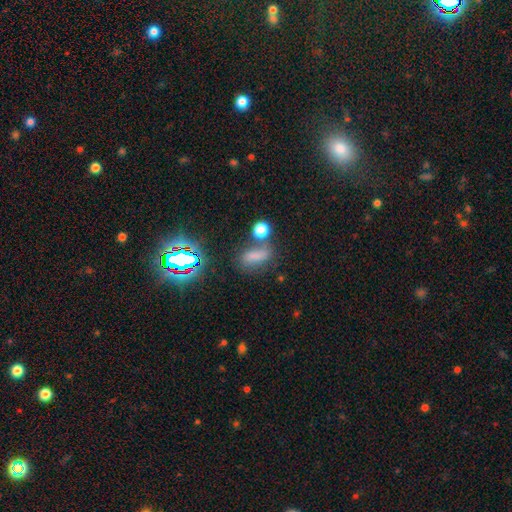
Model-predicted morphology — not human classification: type=smooth (63%); roundness=in between (71%); merging=none (45%).